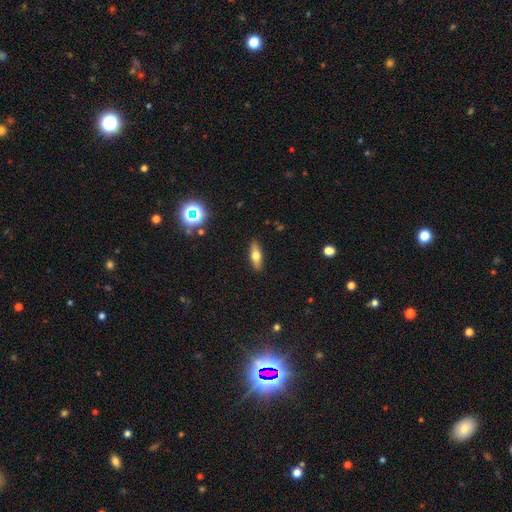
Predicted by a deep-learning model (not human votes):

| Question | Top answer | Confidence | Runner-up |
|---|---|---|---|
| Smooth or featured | smooth | 57% | featured or disk (34%) |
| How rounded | in between | 53% | cigar-shaped (43%) |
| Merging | none | 88% | minor disturbance (8%) |